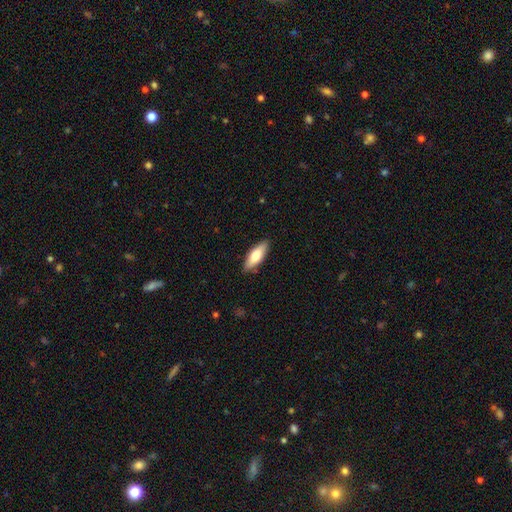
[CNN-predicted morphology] Smooth or featured? smooth (73%)
How rounded? in between (63%)
Merging? none (87%)